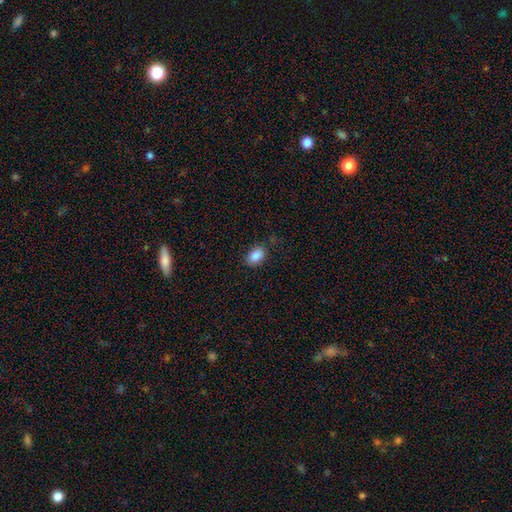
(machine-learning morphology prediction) Smooth or featured: smooth — 87% (star or artifact — 8%)
How rounded: in between — 82% (round — 17%)
Merging: none — 80% (minor disturbance — 15%)